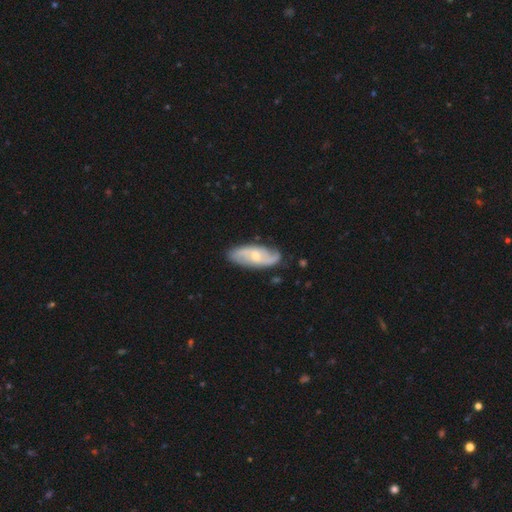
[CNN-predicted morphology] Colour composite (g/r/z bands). It shows a featured or disk galaxy (72%) with no bar (46%, tied with weak), 2 (74%) medium (42%) spiral arms (92%) and a moderate central bulge (49%). Merging: none (79%).